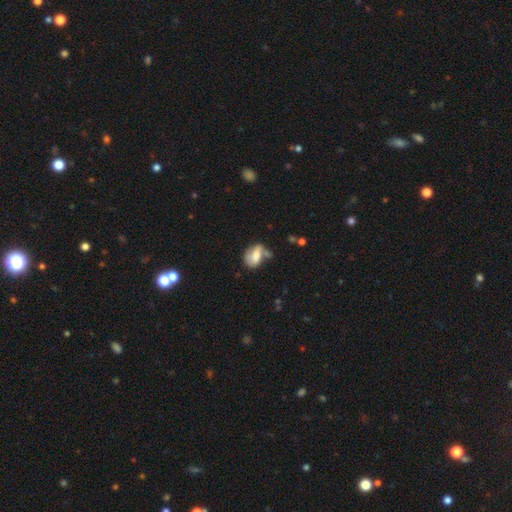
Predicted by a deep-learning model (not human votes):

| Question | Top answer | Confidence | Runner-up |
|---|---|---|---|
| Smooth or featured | smooth | 50% | featured or disk (41%) |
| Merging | none | 39% | minor disturbance (28%) |